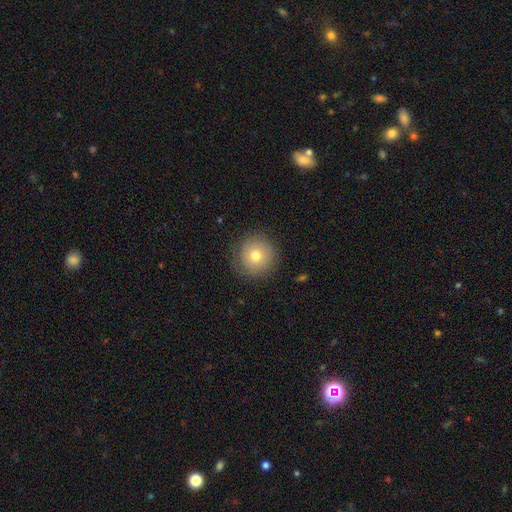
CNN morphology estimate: Overall: smooth (69%). How rounded: round (94%). Merging: none (81%).